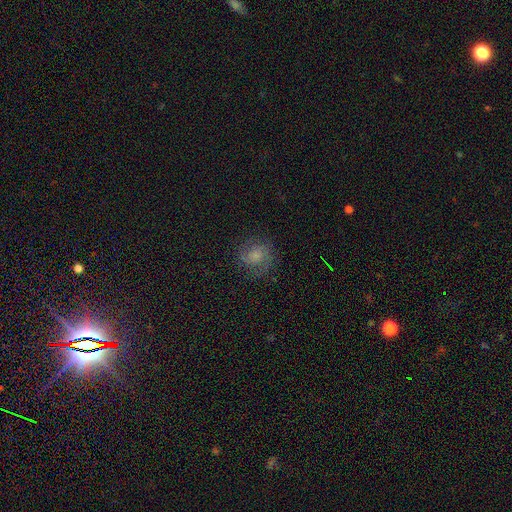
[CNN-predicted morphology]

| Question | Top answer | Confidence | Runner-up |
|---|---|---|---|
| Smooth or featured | featured or disk | 46% | smooth (41%) |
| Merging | none | 72% | minor disturbance (17%) |